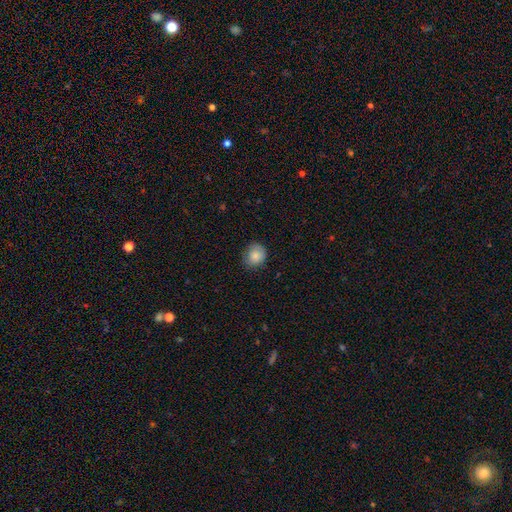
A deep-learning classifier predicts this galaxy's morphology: Overall: smooth (85%). How rounded: round (78%). Merging: none (76%).